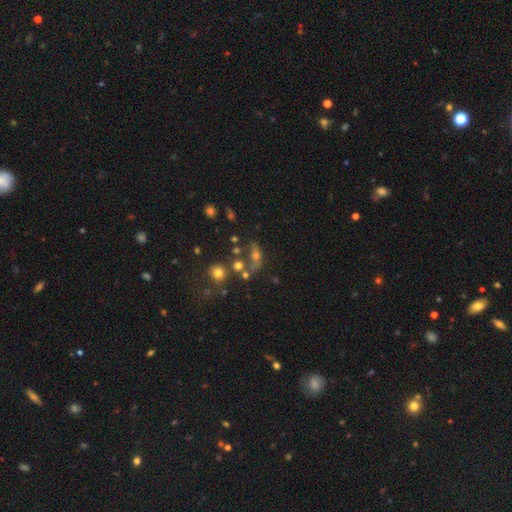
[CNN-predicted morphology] A smooth galaxy with no disk features (40%).

Vote fractions:
- Smooth or featured? smooth: 40% / featured or disk: 35% / star or artifact: 25%
- Merging? none: 41% / merger: 25% / major disturbance: 17% / minor disturbance: 16%